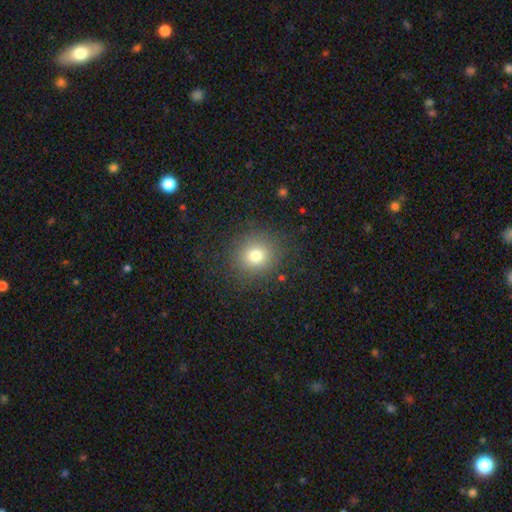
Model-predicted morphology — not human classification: smooth-or-featured: smooth: 76% | star or artifact: 15% | featured or disk: 10%
  how-rounded: round: 88% | in between: 11% | cigar-shaped: 1%
  merging: none: 86% | minor disturbance: 8% | major disturbance: 4% | merger: 1%